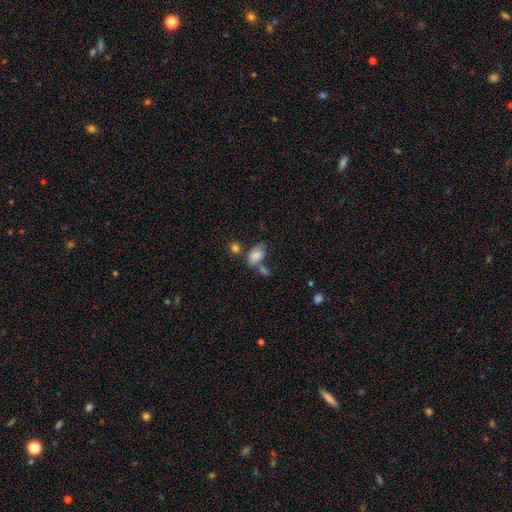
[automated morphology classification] Smooth or featured? smooth (81%)
How rounded? in between (90%)
Merging? none (40%)